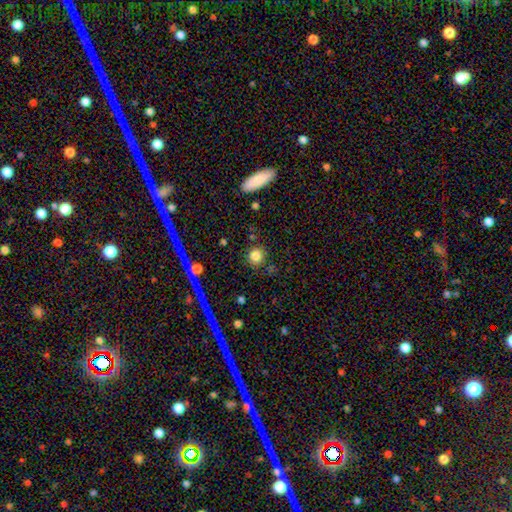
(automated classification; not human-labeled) A smooth galaxy with no disk features (83%) that is round (92%).

Vote fractions:
- Smooth or featured? smooth: 83% / star or artifact: 11% / featured or disk: 7%
- How rounded? round: 92% / in between: 7% / cigar-shaped: 1%
- Merging? none: 84% / minor disturbance: 9% / merger: 4% / major disturbance: 3%